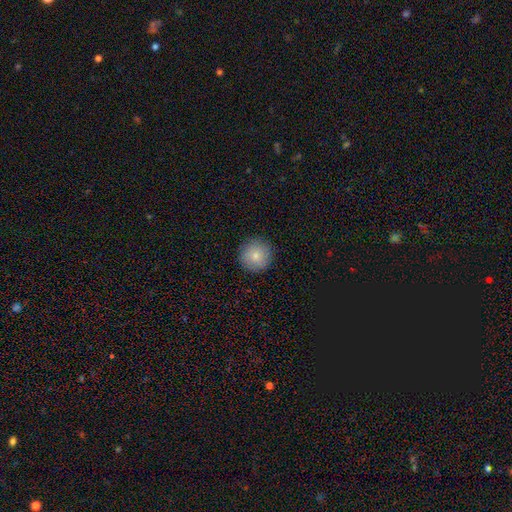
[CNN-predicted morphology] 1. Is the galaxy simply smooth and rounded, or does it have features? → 80% smooth, 11% featured or disk, 8% star or artifact.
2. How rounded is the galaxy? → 96% round, 3% in between, 1% cigar-shaped.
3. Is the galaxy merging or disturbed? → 90% none, 7% minor disturbance, 2% major disturbance, 1% merger.